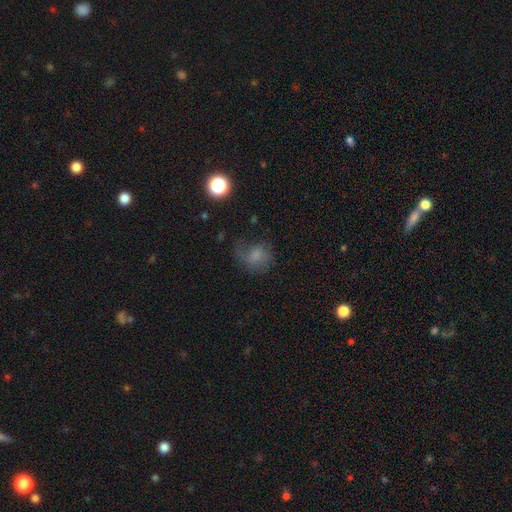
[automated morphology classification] A smooth galaxy with no disk features (59%) that is round (61%). Merging: none (44%).